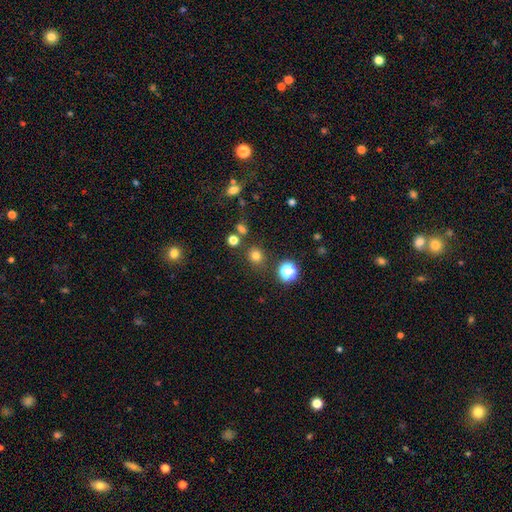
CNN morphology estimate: A smooth galaxy with no disk features (76%) that is round (86%). Merging: none (82%).